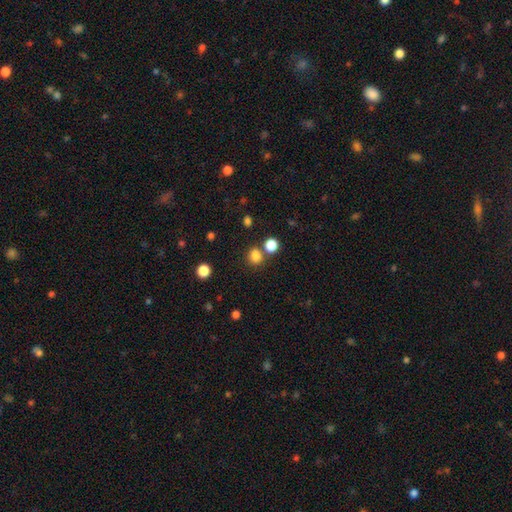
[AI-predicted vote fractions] Smooth or featured? smooth (80%)
How rounded? round (78%)
Merging? none (67%)